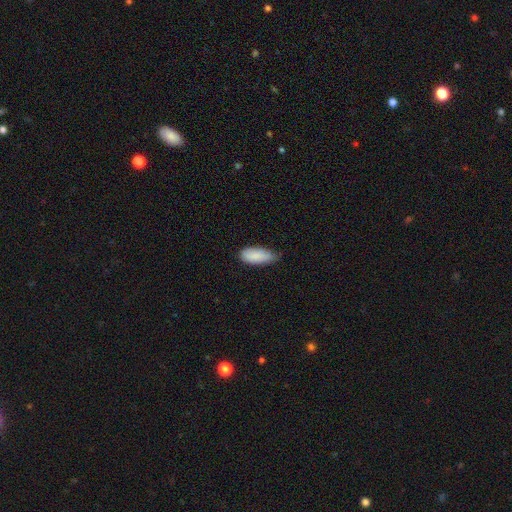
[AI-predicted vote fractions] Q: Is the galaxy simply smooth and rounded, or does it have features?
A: smooth — 88%.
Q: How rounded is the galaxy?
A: in between — 85%.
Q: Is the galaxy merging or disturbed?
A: none — 59%.